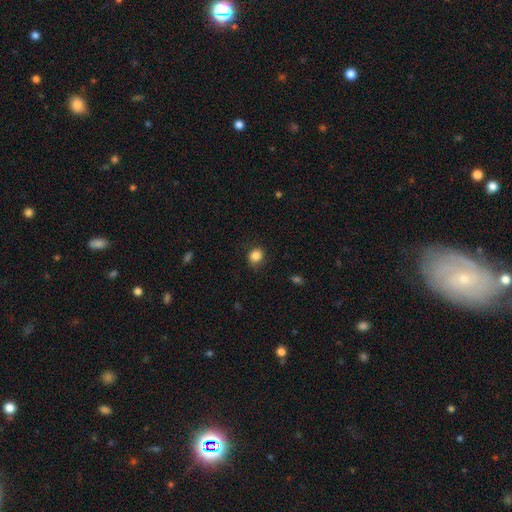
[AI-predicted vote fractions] Smooth or featured?
  - smooth: 85% *
  - star or artifact: 10%
  - featured or disk: 5%
How rounded?
  - round: 71% *
  - in between: 28%
  - cigar-shaped: 1%
Merging?
  - none: 81% *
  - minor disturbance: 15%
  - major disturbance: 4%
  - merger: 1%